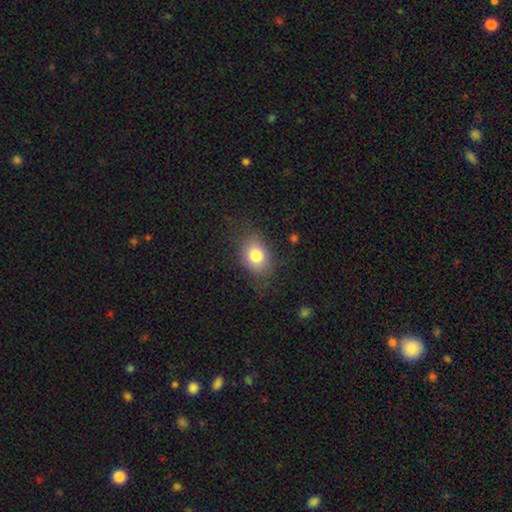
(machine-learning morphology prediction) This appears to be a smooth galaxy with no disk features (80%) that is in between round and cigar-shaped (67%). Merging: none (73%).